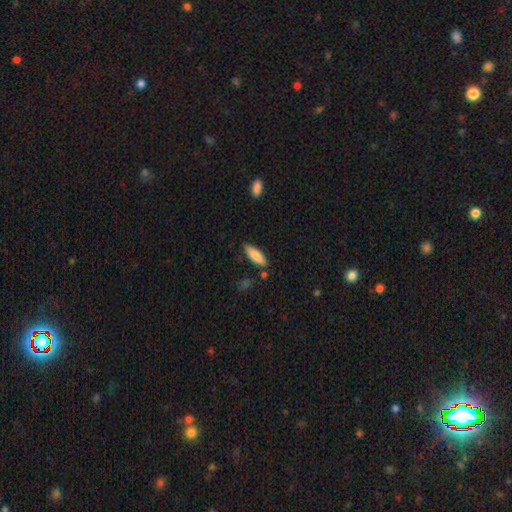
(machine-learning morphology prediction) The model was most divided on "how rounded": in between: 56%, cigar-shaped: 42%, round: 2%. More confident: smooth or featured — smooth (81%); merging — none (78%).